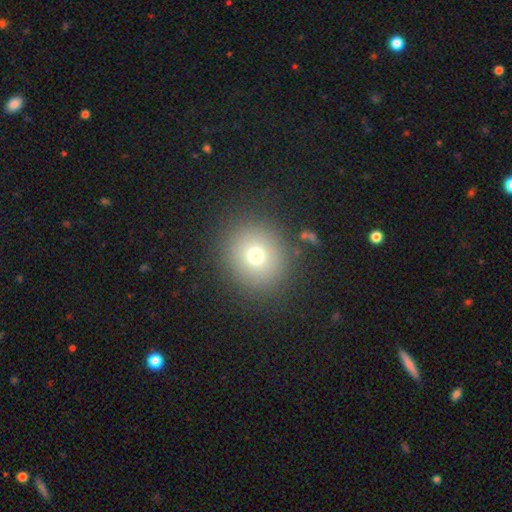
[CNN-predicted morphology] Smooth or featured?
  - smooth: 71% *
  - star or artifact: 16%
  - featured or disk: 13%
How rounded?
  - round: 89% *
  - in between: 10%
  - cigar-shaped: 1%
Merging?
  - none: 87% *
  - minor disturbance: 7%
  - major disturbance: 4%
  - merger: 2%